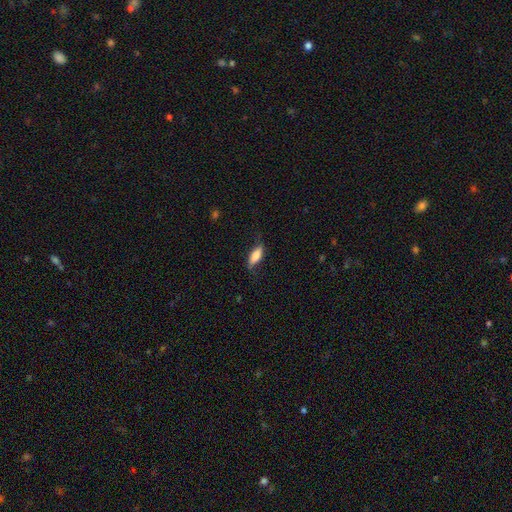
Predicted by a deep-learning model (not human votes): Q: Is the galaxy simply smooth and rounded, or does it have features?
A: smooth — 67%.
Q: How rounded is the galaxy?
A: in between — 66%.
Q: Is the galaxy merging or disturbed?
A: none — 61%.